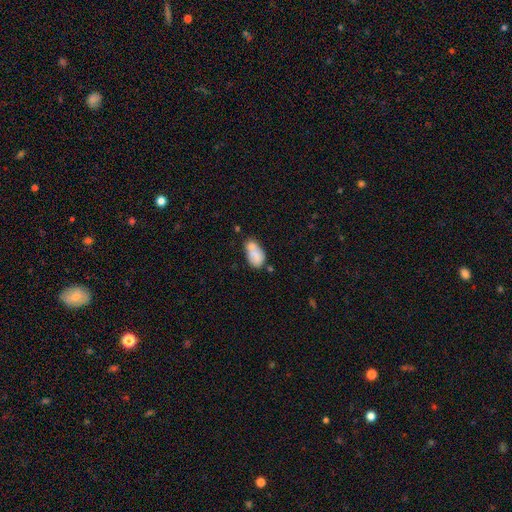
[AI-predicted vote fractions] smooth_or_featured: smooth (p=0.72) [alt: featured or disk p=0.20]
how_rounded: in between (p=0.89) [alt: round p=0.09]
merging: merger (p=0.41) [alt: none p=0.31]